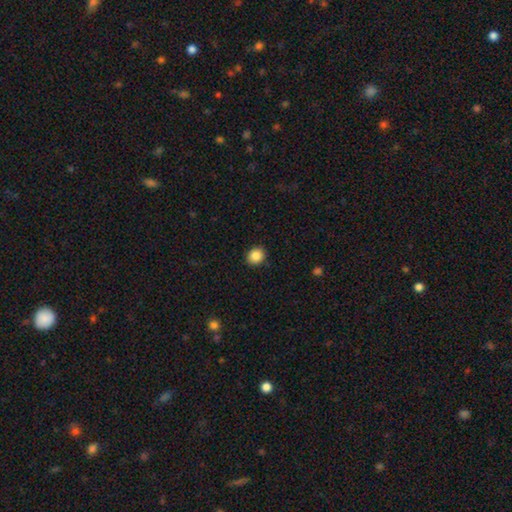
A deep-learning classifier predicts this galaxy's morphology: Overall: smooth (86%). How rounded: round (69%; in between 30%). Merging: none (90%).